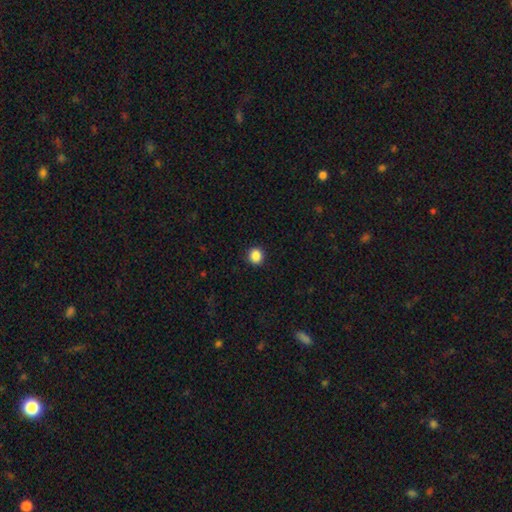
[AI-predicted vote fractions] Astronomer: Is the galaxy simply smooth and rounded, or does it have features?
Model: smooth — 87%.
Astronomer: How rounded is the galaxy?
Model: round — 88%.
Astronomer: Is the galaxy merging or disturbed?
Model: none — 91%.